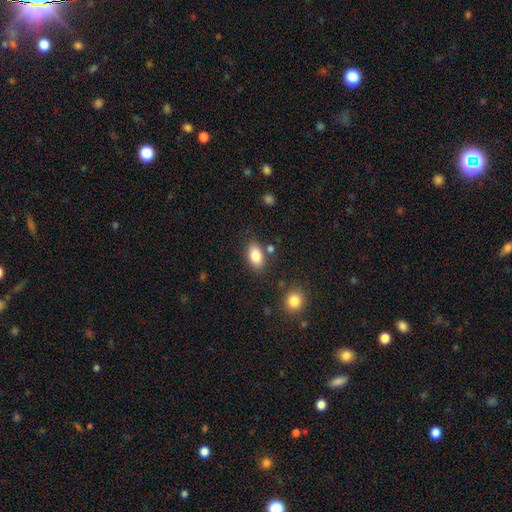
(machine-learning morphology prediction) This appears to be a smooth galaxy with no disk features (85%) that is in between round and cigar-shaped (90%). Merging: none (79%).